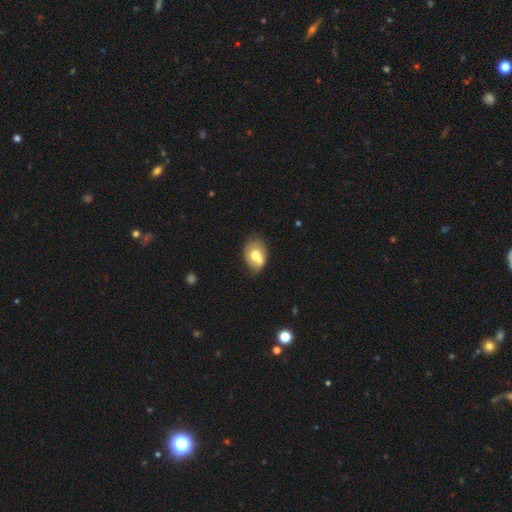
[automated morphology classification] smooth-or-featured: smooth: 66% | featured or disk: 26% | star or artifact: 8%
  how-rounded: in between: 70% | round: 29% | cigar-shaped: 1%
  merging: none: 47% | minor disturbance: 24% | merger: 22% | major disturbance: 7%